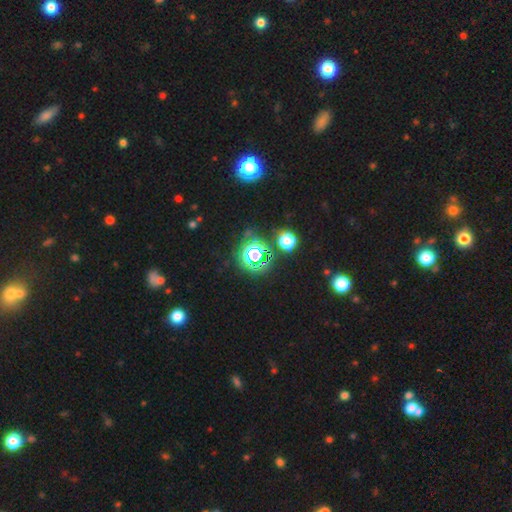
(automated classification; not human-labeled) Q: Smooth or featured?
A: star or artifact (71%); runner-up: smooth (22%)